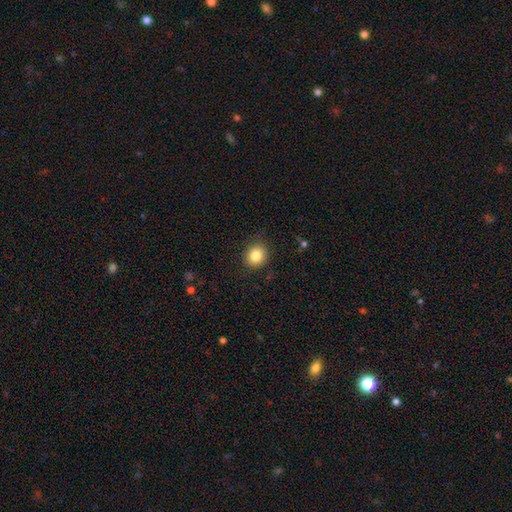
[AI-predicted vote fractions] This is clearly a smooth galaxy (83%). How rounded: likely round (77%). Merging: clearly none (86%).